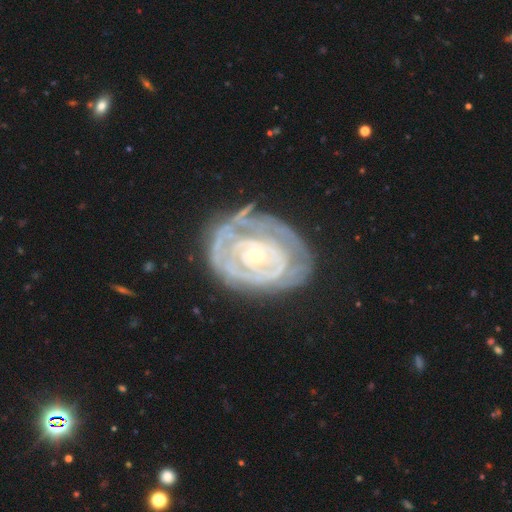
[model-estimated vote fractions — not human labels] smooth-or-featured: featured or disk: 81% | smooth: 14% | star or artifact: 5%
  disk-edge-on: no: 96% | yes: 4%
    bar: no: 78% | weak: 15% | strong: 6%
    has-spiral-arms: yes: 72% | no: 28%
      spiral-winding: tight: 79% | medium: 15% | loose: 6%
      spiral-arm-count: can't tell: 50% | 2: 19% | 3: 10% | 1: 10% | 4: 6% | more than 4: 5%
    bulge-size: small: 75% | moderate: 21% | large: 2% | none: 1% | dominant: 1%
  merging: none: 60% | minor disturbance: 24% | major disturbance: 14% | merger: 2%